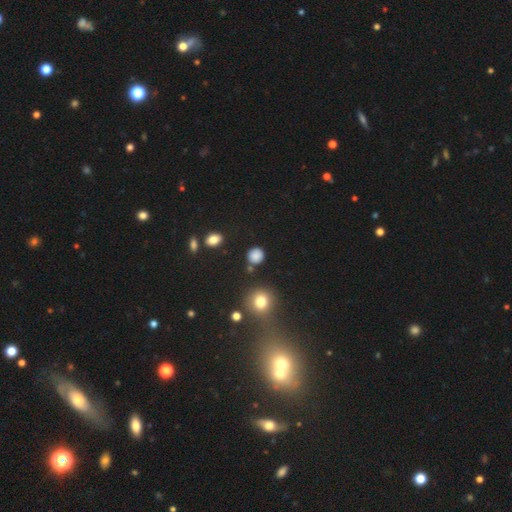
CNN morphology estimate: The model was most divided on "smooth or featured": smooth: 82%, star or artifact: 13%, featured or disk: 5%. More confident: how rounded — round (88%); merging — none (82%).